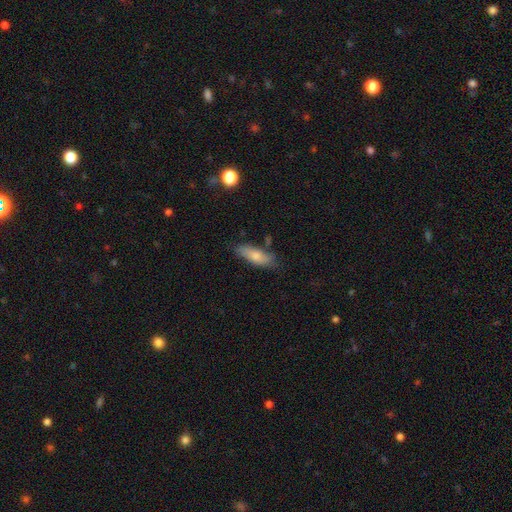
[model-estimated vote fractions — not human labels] Smooth or featured? Predicted: smooth (p=0.76). How rounded? Predicted: in between (p=0.60). Merging? Predicted: none (p=0.71).